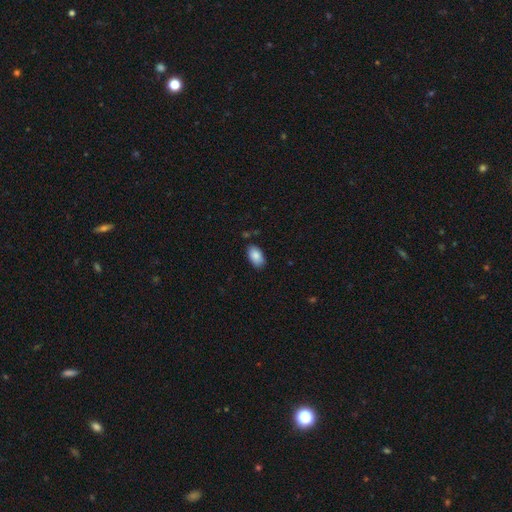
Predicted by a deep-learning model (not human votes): This is clearly a smooth galaxy (87%). How rounded: clearly in between (94%). Merging: likely none (79%).